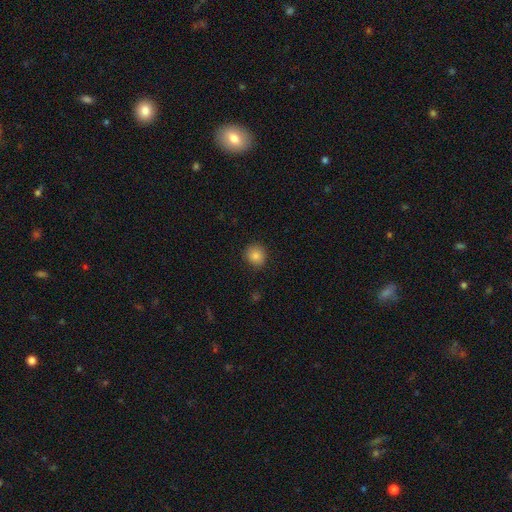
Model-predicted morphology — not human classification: Smooth or featured? smooth (85%)
How rounded? round (85%)
Merging? none (89%)